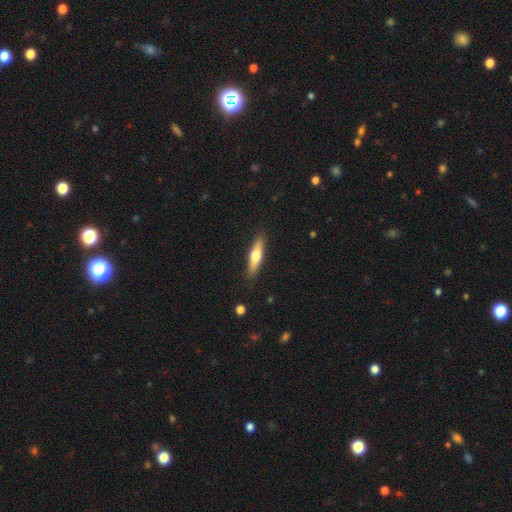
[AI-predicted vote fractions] Q: Smooth or featured?
A: smooth (57%); runner-up: featured or disk (37%)
Q: How rounded?
A: cigar-shaped (70%); runner-up: in between (28%)
Q: Merging?
A: none (88%); runner-up: minor disturbance (9%)